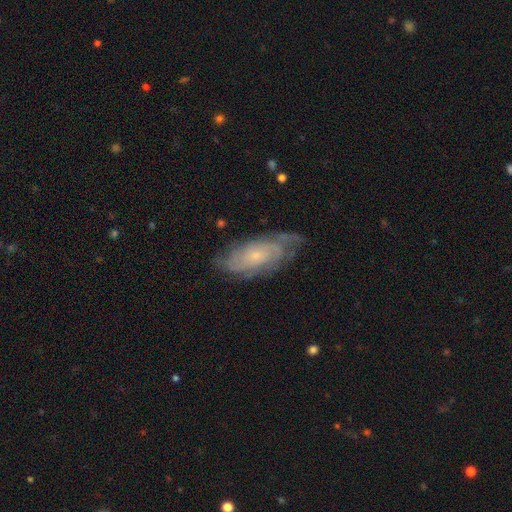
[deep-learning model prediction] Smooth or featured?
  - featured or disk: 74% *
  - smooth: 19%
  - star or artifact: 7%
Edge-on disk?
  - no: 92% *
  - yes: 8%
Bar?
  - no: 75% *
  - weak: 22%
  - strong: 4%
Spiral arms?
  - yes: 90% *
  - no: 10%
Spiral winding?
  - tight: 60% *
  - medium: 31%
  - loose: 9%
Spiral arm count?
  - can't tell: 48% *
  - 2: 24%
  - 3: 12%
  - 4: 8%
  - 1: 4%
  - more than 4: 4%
Bulge size?
  - small: 74% *
  - moderate: 18%
  - none: 6%
  - large: 1%
  - dominant: 1%
Merging?
  - none: 64% *
  - minor disturbance: 25%
  - major disturbance: 10%
  - merger: 2%